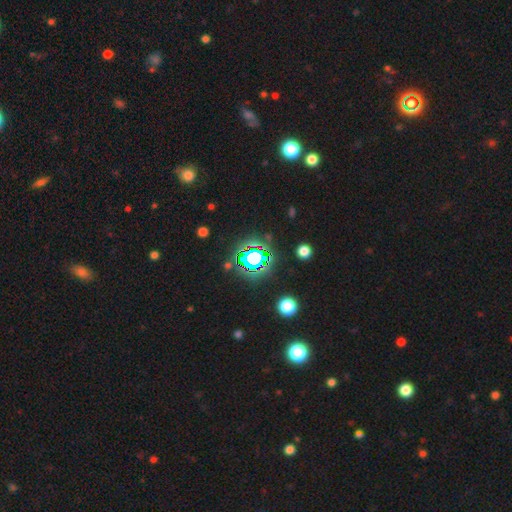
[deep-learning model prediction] Smooth or featured: star or artifact — 68% (smooth — 19%)